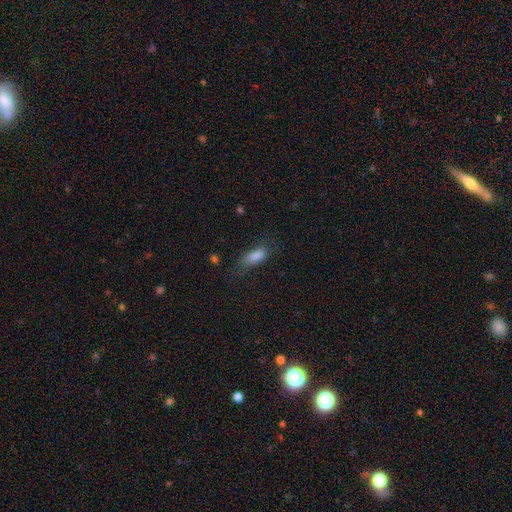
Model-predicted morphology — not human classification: Smooth or featured? Predicted: smooth (p=0.79). How rounded? Predicted: in between (p=0.75). Merging? Predicted: none (p=0.61).